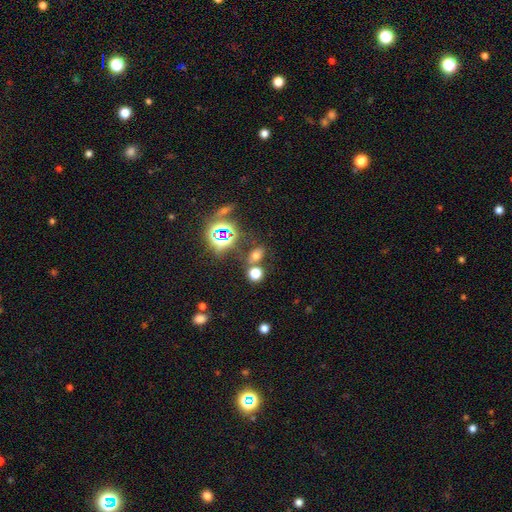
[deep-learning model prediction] Q: Smooth or featured?
A: smooth (54%); runner-up: star or artifact (35%)
Q: How rounded?
A: in between (64%); runner-up: round (34%)
Q: Merging?
A: none (65%); runner-up: merger (18%)